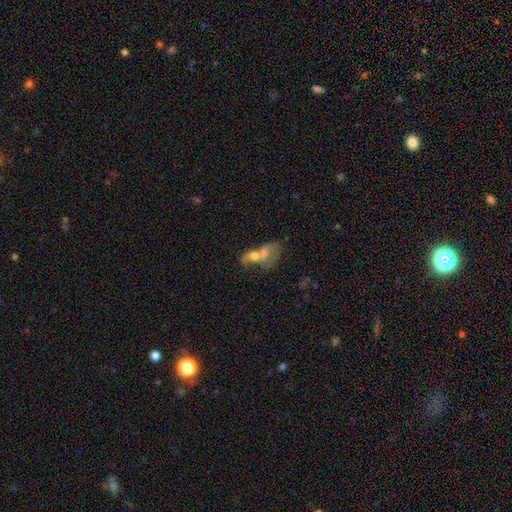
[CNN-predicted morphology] Smooth or featured? Predicted: smooth (p=0.47). Merging? Predicted: merger (p=0.56).